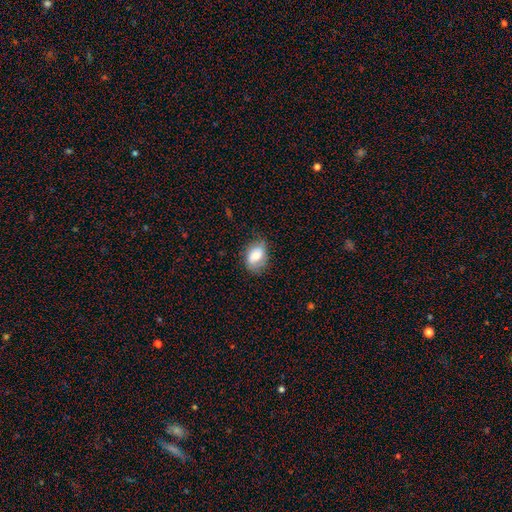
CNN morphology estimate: Smooth or featured? smooth (70%)
How rounded? in between (75%)
Merging? none (70%)